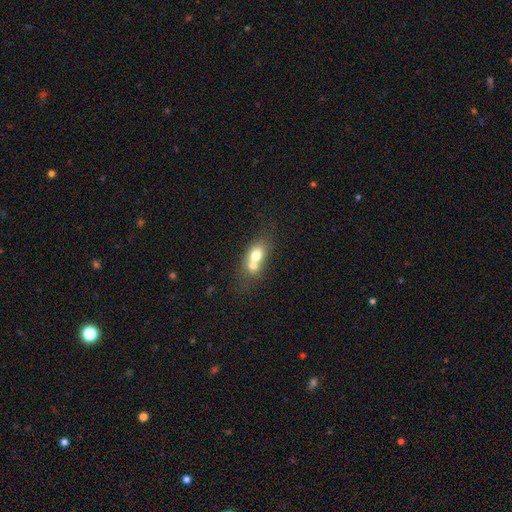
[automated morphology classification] Q: Smooth or featured?
A: smooth (67%); runner-up: featured or disk (25%)
Q: How rounded?
A: in between (62%); runner-up: round (33%)
Q: Merging?
A: merger (68%); runner-up: none (22%)